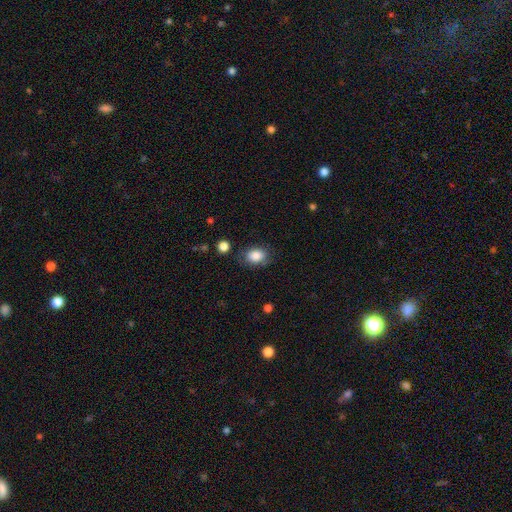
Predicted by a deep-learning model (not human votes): The model was most divided on "how rounded": in between: 68%, round: 31%, cigar-shaped: 1%. More confident: smooth or featured — smooth (85%); merging — none (76%).